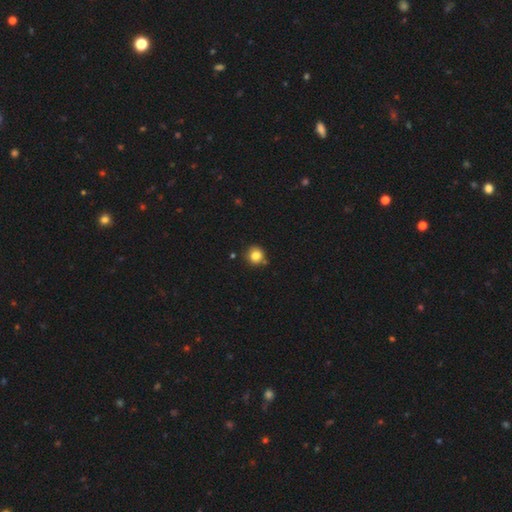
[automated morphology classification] A smooth galaxy with no disk features (83%) that is round (92%). Merging: none (82%).